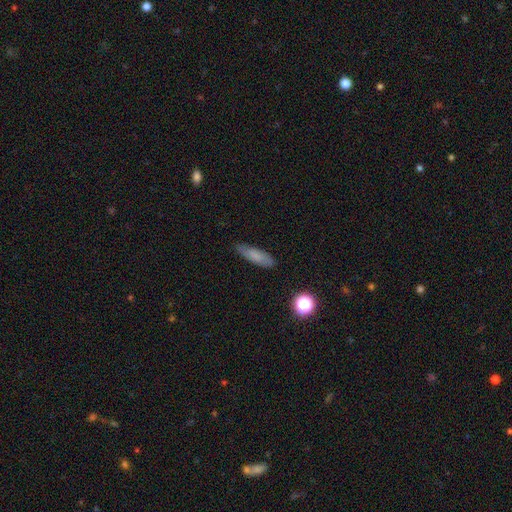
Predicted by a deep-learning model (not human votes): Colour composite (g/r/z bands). It shows a smooth galaxy with no disk features (72%) that is cigar-shaped (57%). Merging: none (77%).